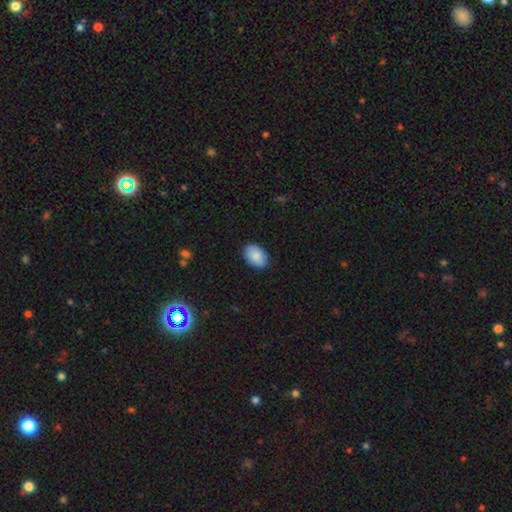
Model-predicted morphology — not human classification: Smooth or featured? Predicted: smooth (p=0.87). How rounded? Predicted: in between (p=0.88). Merging? Predicted: none (p=0.87).